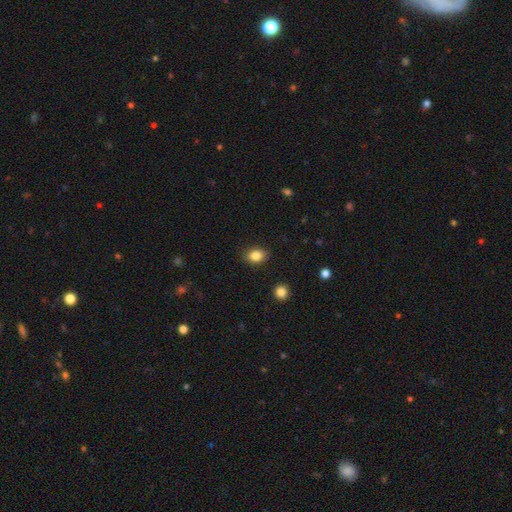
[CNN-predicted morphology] Smooth or featured?
  - smooth: 85% *
  - star or artifact: 9%
  - featured or disk: 5%
How rounded?
  - in between: 62% *
  - round: 37%
  - cigar-shaped: 1%
Merging?
  - none: 86% *
  - minor disturbance: 10%
  - major disturbance: 2%
  - merger: 1%